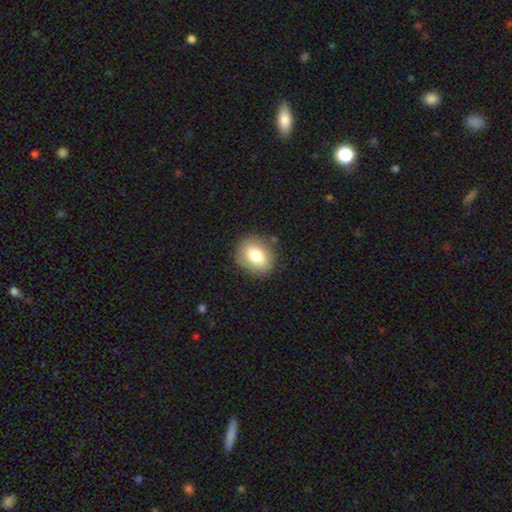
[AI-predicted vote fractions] Smooth or featured?
  - smooth: 79% *
  - featured or disk: 13%
  - star or artifact: 9%
How rounded?
  - round: 54% *
  - in between: 45%
  - cigar-shaped: 1%
Merging?
  - none: 85% *
  - minor disturbance: 10%
  - major disturbance: 3%
  - merger: 2%